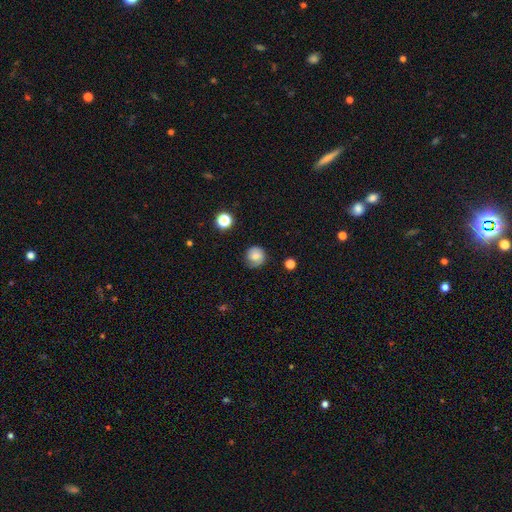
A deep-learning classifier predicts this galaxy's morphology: A smooth galaxy with no disk features (67%) that is round (90%). Merging: none (74%).